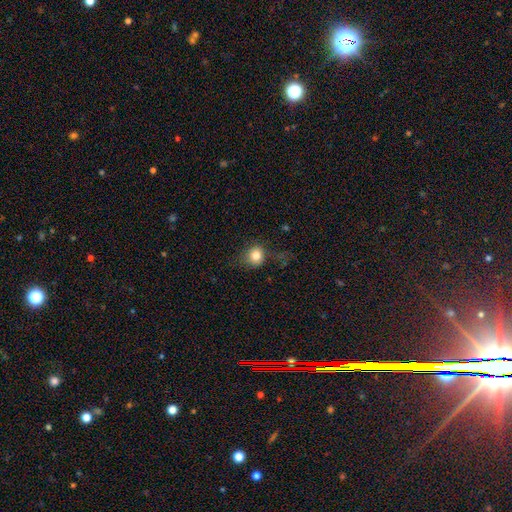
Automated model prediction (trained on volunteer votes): Smooth or featured? Predicted: smooth (p=0.81). How rounded? Predicted: round (p=0.80). Merging? Predicted: none (p=0.68).